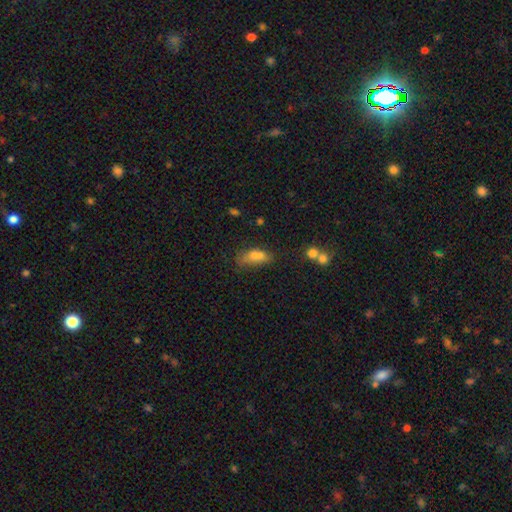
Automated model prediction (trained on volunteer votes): The model was most divided on "merging": none: 38%, minor disturbance: 28%, major disturbance: 18%, merger: 15%. More confident: how rounded — in between (77%); smooth or featured — smooth (73%).